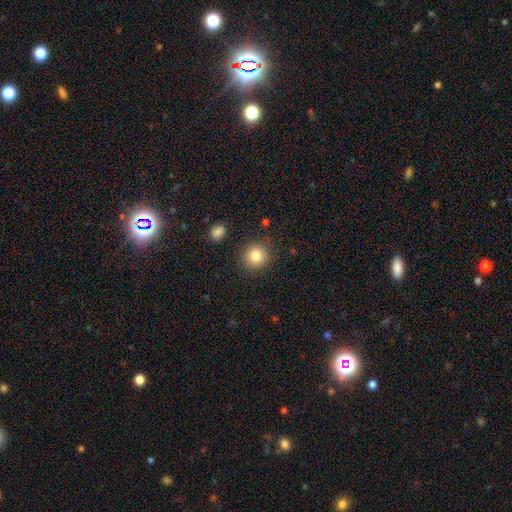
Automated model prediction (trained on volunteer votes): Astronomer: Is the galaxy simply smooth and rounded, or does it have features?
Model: smooth — 83%.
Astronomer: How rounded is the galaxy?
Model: round — 85%.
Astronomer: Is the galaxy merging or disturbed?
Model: none — 87%.